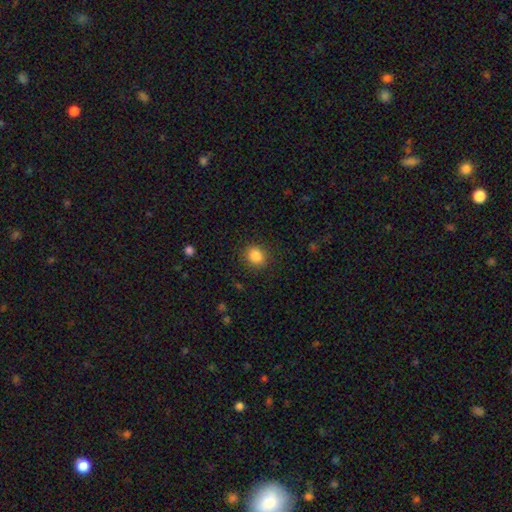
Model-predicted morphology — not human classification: Overall: smooth (86%). How rounded: round (69%; in between 30%). Merging: none (87%).